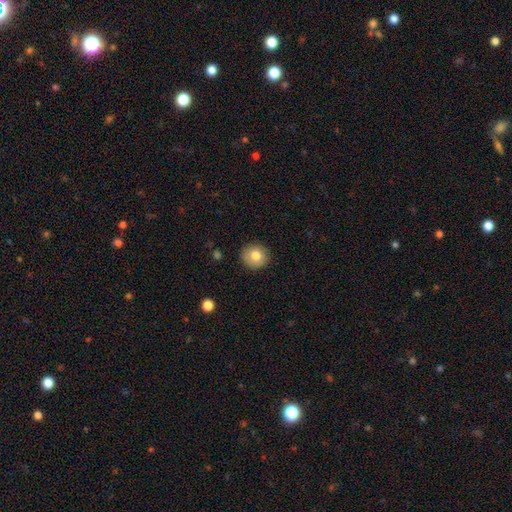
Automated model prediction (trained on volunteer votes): smooth_or_featured: smooth (p=0.80) [alt: featured or disk p=0.11]
how_rounded: round (p=0.86) [alt: in between p=0.13]
merging: none (p=0.88) [alt: minor disturbance p=0.08]